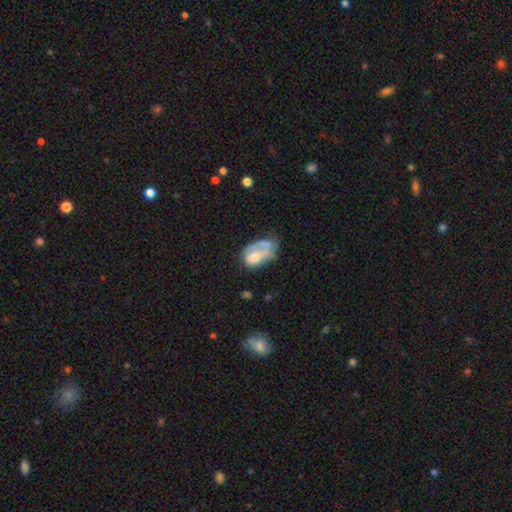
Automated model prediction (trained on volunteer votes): Overall: smooth (53%; featured or disk 39%). How rounded: in between (87%). Merging: major disturbance (31%; none 29%).